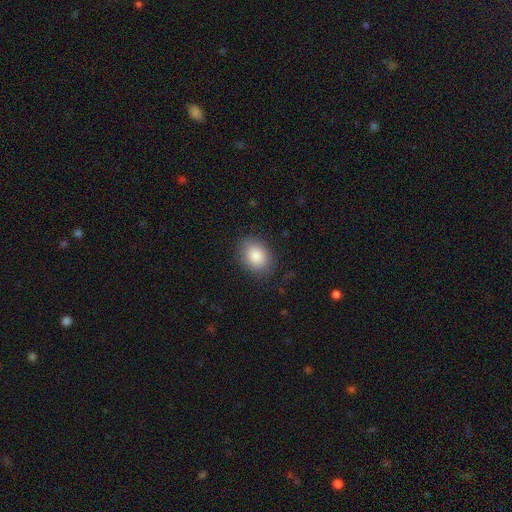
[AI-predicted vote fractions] Morphology: type=smooth (86%); roundness=in between (68%); merging=none (83%).